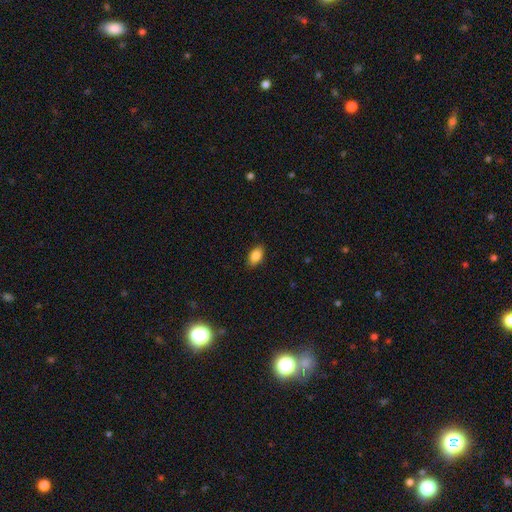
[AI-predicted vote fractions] This is clearly a smooth galaxy (87%). How rounded: clearly in between (91%). Merging: clearly none (88%).